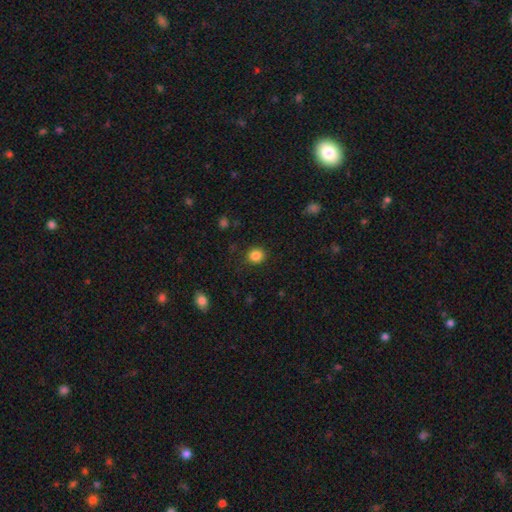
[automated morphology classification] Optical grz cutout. It shows a smooth galaxy with no disk features (85%) that is round (87%). Merging: none (89%).